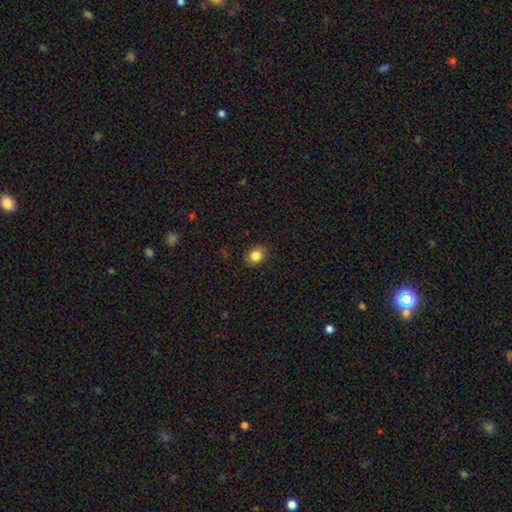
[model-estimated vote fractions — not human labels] This is clearly a smooth galaxy (84%). How rounded: likely round (63%). Merging: clearly none (85%).